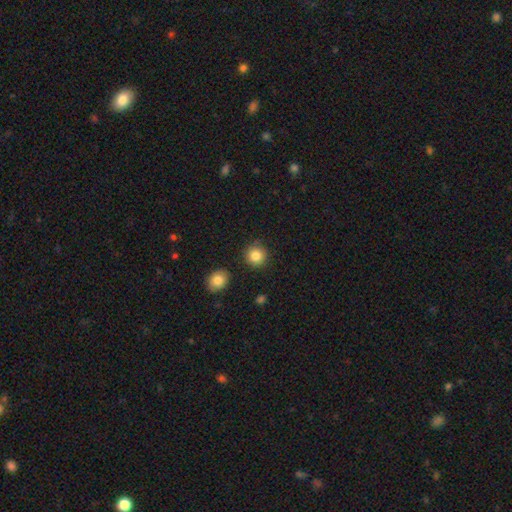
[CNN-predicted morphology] This is clearly a smooth galaxy (85%). How rounded: clearly round (91%). Merging: clearly none (87%).